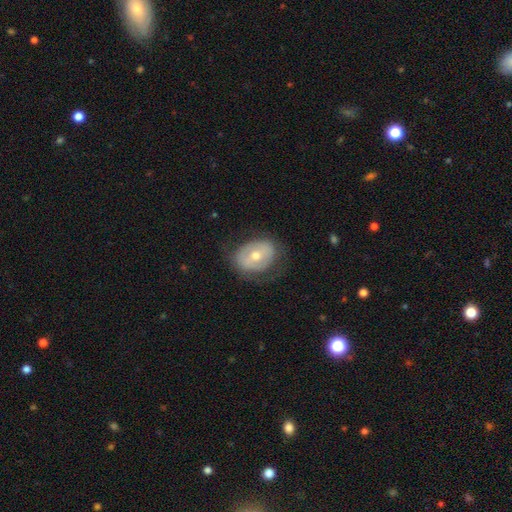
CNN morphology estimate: smooth_or_featured: featured or disk (p=0.51) [alt: smooth p=0.42]
disk_edge_on: no (p=0.93) [alt: yes p=0.07]
merging: none (p=0.68) [alt: minor disturbance p=0.19]